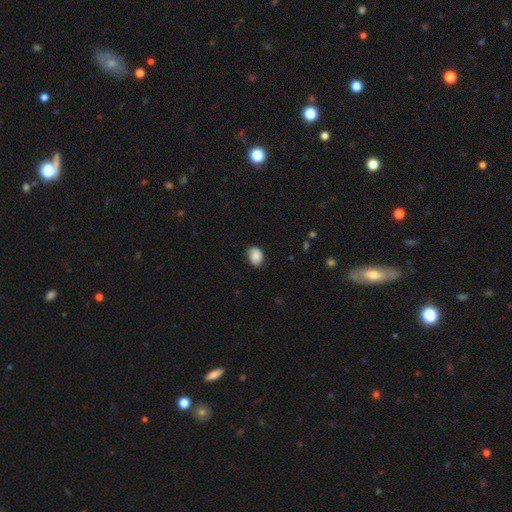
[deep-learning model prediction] smooth_or_featured: smooth (p=0.83) [alt: featured or disk p=0.09]
how_rounded: in between (p=0.63) [alt: round p=0.36]
merging: none (p=0.73) [alt: minor disturbance p=0.22]